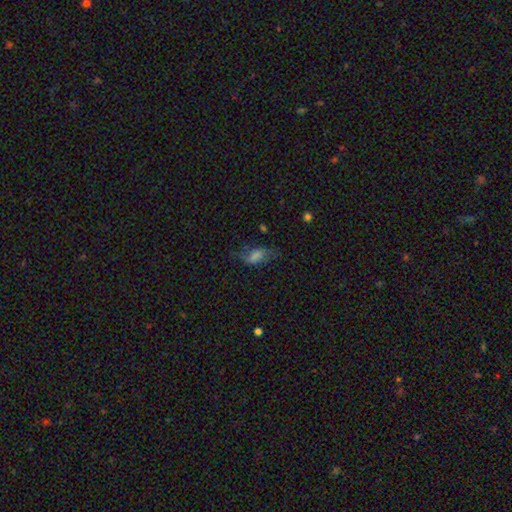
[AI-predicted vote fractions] Overall: smooth (51%; featured or disk 36%). How rounded: in between (82%). Merging: none (54%; minor disturbance 25%).